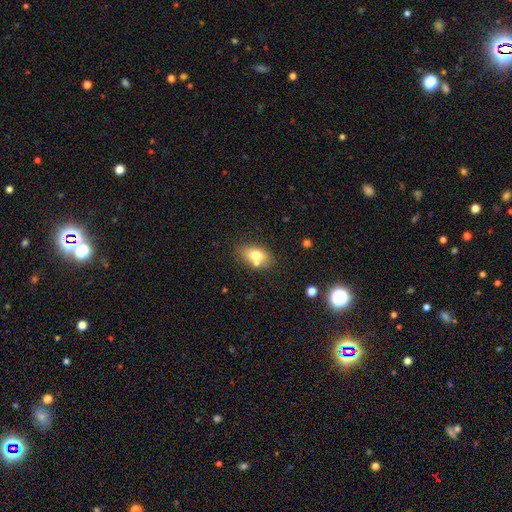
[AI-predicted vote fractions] This appears to be a smooth galaxy with no disk features (73%) that is in between round and cigar-shaped (83%). Merging: none (61%).